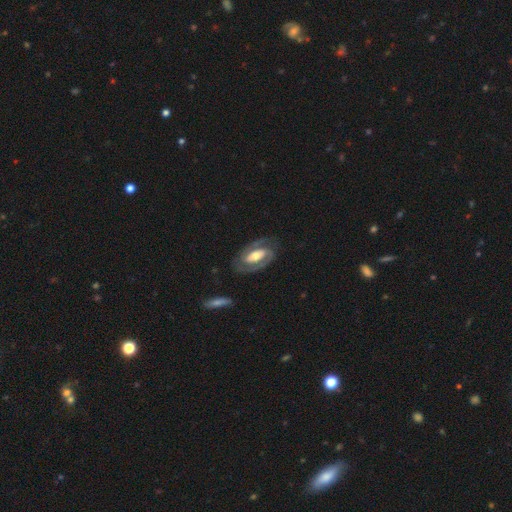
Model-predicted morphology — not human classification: This is clearly a featured or disk galaxy (84%). It is clearly not viewed edge-on (95%). Bar: marginally strong (42%). Spiral arm pattern: clearly yes (92%). Spiral arm count: clearly 2 (88%). Spiral winding: possibly tight (49%). Central bulge: likely moderate (60%). Merging: likely none (79%).